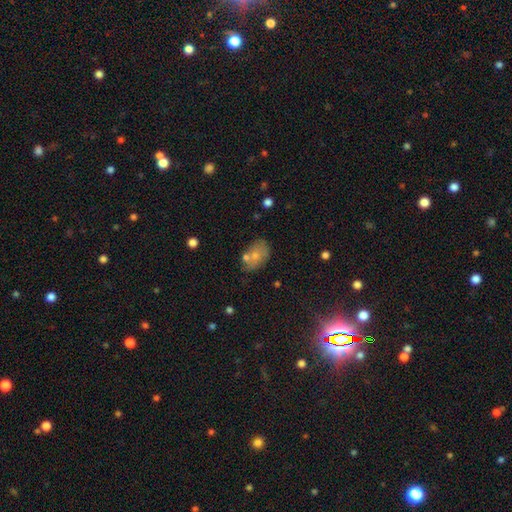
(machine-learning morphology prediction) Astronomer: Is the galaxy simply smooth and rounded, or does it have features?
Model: smooth — 71%.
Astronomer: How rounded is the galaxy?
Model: in between — 84%.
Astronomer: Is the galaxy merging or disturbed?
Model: none — 58%.